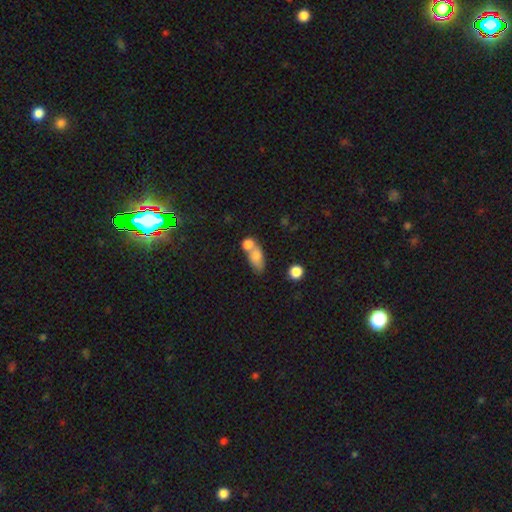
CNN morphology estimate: type=smooth (75%); roundness=in between (77%); merging=merger (48%).